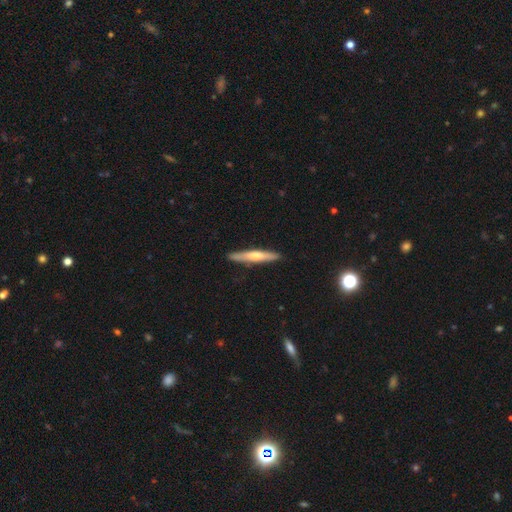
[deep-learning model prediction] This is possibly a featured or disk galaxy (52%). It is clearly viewed edge-on (94%). Merging: clearly none (89%).